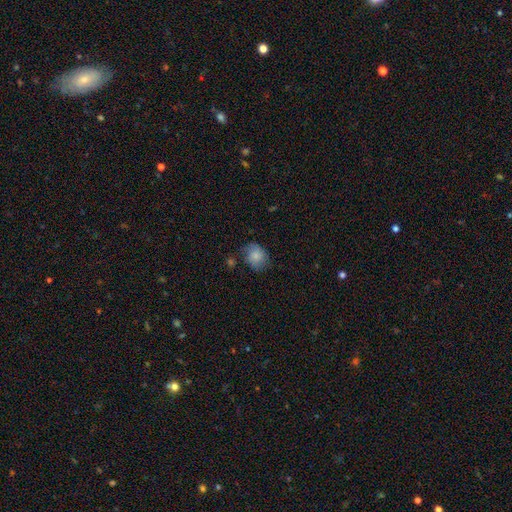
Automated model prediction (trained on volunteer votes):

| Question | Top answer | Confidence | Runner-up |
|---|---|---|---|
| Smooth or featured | smooth | 77% | featured or disk (15%) |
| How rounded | round | 57% | in between (43%) |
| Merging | none | 59% | minor disturbance (28%) |